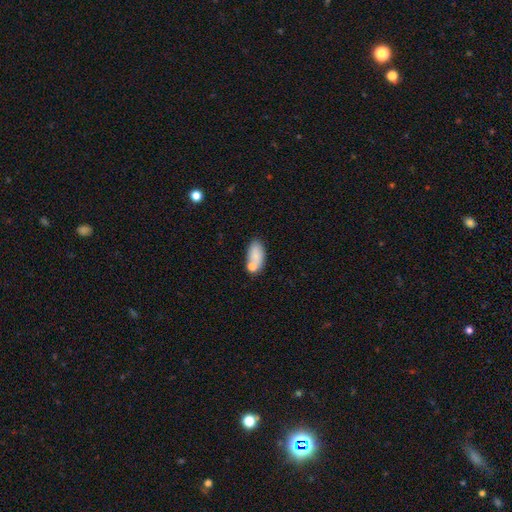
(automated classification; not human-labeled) This appears to be a smooth galaxy with no disk features (78%) that is in between round and cigar-shaped (90%). Merging: none (61%).